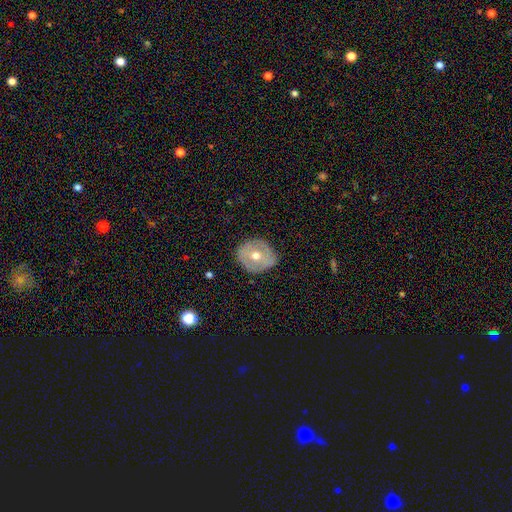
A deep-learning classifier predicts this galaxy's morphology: The model was most divided on "smooth or featured": featured or disk: 52%, smooth: 40%, star or artifact: 8%. More confident: edge-on disk — no (93%); merging — none (78%).